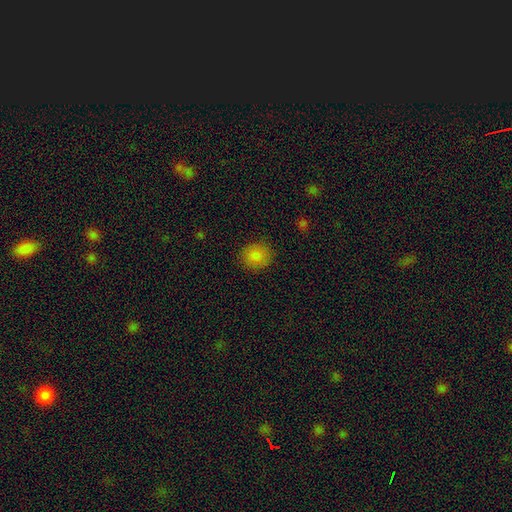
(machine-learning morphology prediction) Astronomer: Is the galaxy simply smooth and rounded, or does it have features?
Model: smooth — 85%.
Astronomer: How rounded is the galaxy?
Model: round — 83%.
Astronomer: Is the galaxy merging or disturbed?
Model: none — 87%.